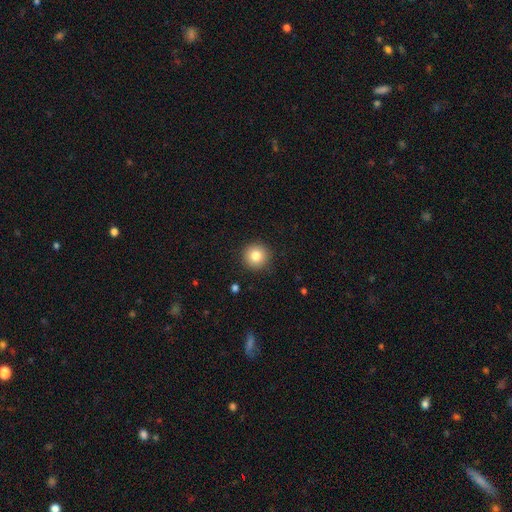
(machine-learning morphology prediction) The model was most divided on "smooth or featured": smooth: 82%, star or artifact: 10%, featured or disk: 8%. More confident: how rounded — round (95%); merging — none (91%).